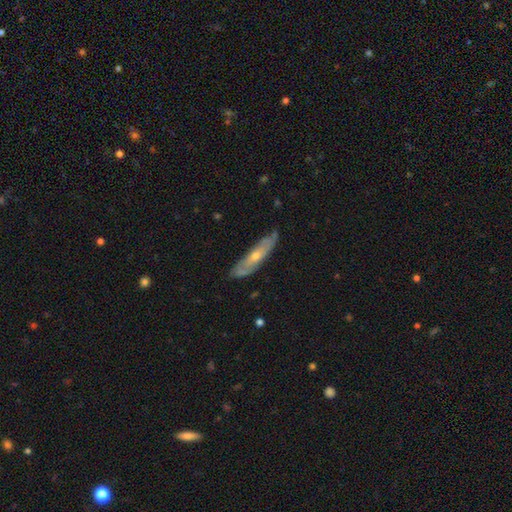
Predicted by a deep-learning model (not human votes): The model was most divided on "edge-on disk" (2-way tie): yes: 50%, no: 50%. More confident: merging — none (78%); smooth or featured — featured or disk (61%).